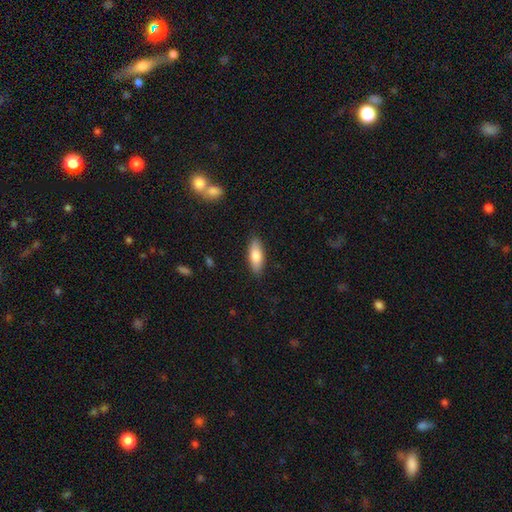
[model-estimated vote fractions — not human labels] This is likely a smooth galaxy (78%). How rounded: likely in between (69%). Merging: clearly none (87%).